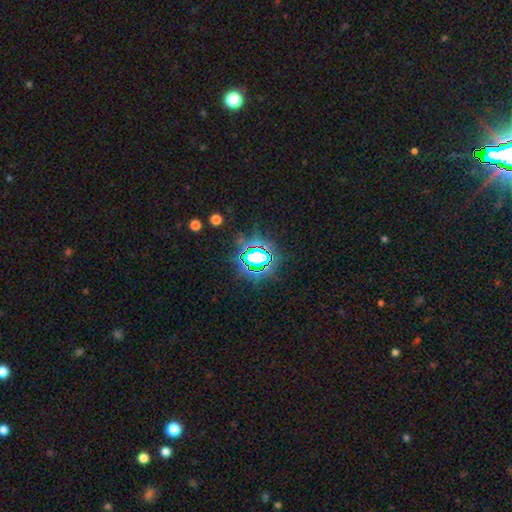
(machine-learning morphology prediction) This appears to be a star or artifact, not a galaxy (71%).